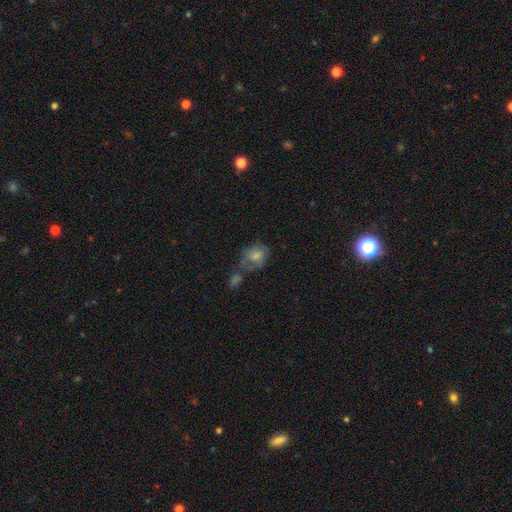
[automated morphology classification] Smooth or featured: smooth — 48% (featured or disk — 36%)
Merging: none — 48% (merger — 22%)